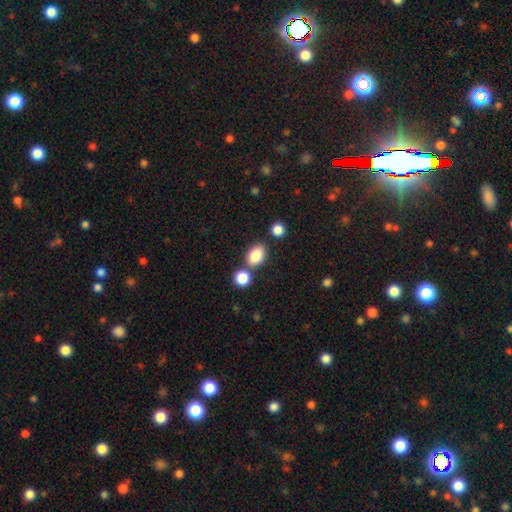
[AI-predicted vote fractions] This is clearly a smooth galaxy (86%). How rounded: clearly in between (81%). Merging: likely none (68%).